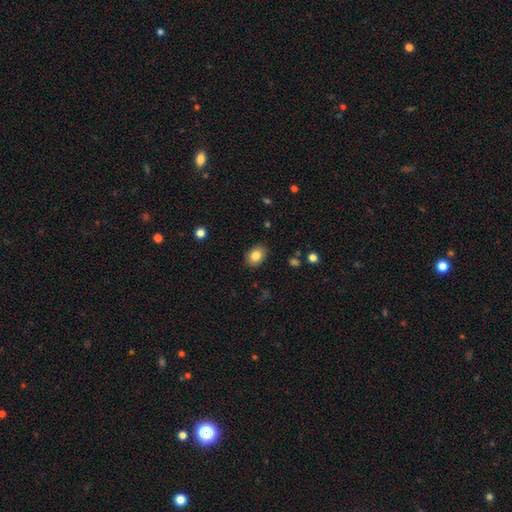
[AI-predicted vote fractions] A smooth galaxy with no disk features (83%) that is in between round and cigar-shaped (73%). Merging: none (88%).